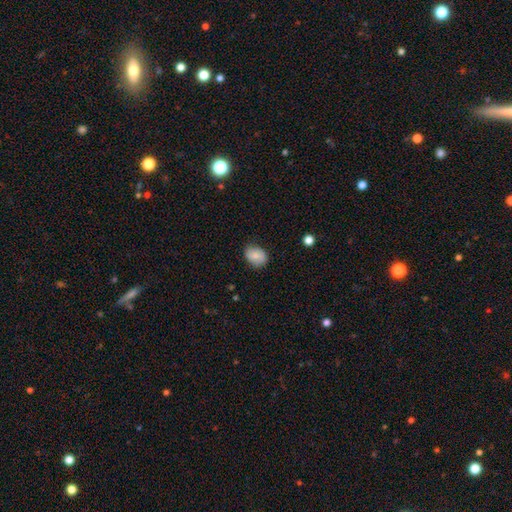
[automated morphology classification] smooth 77%, featured or disk 15%, star or artifact 8%. Down the decision tree: how rounded — in between (67%); merging — none (75%).